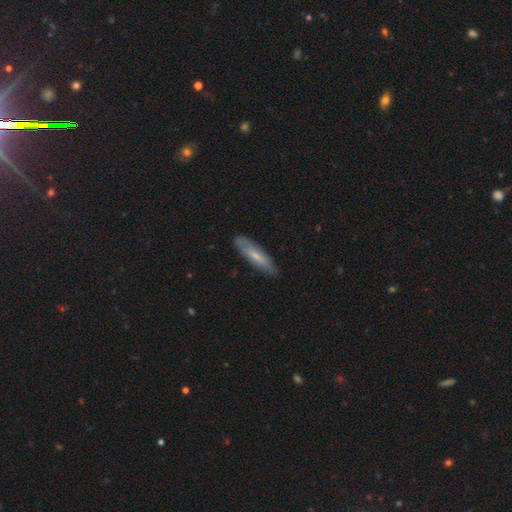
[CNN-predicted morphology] A smooth galaxy with no disk features (60%) that is cigar-shaped (72%). Merging: none (84%).